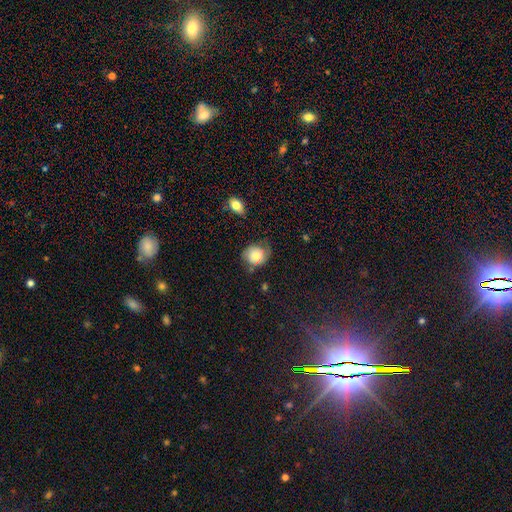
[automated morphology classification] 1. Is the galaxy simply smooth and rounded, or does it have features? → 60% smooth, 30% featured or disk, 10% star or artifact.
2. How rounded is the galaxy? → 75% round, 24% in between, 1% cigar-shaped.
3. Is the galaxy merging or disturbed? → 54% none, 30% minor disturbance, 13% major disturbance, 3% merger.